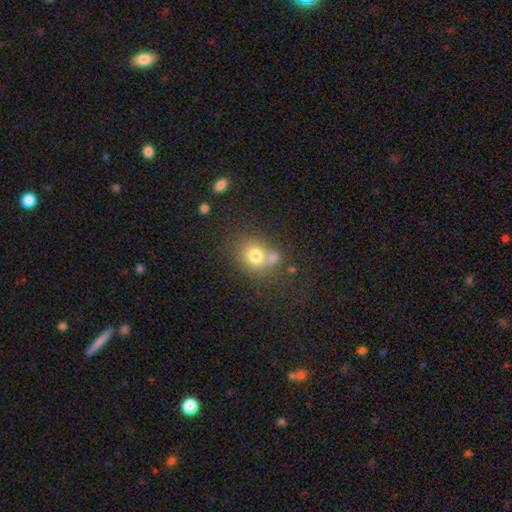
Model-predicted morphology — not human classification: Smooth or featured? Predicted: smooth (p=0.74). How rounded? Predicted: round (p=0.67). Merging? Predicted: none (p=0.47).